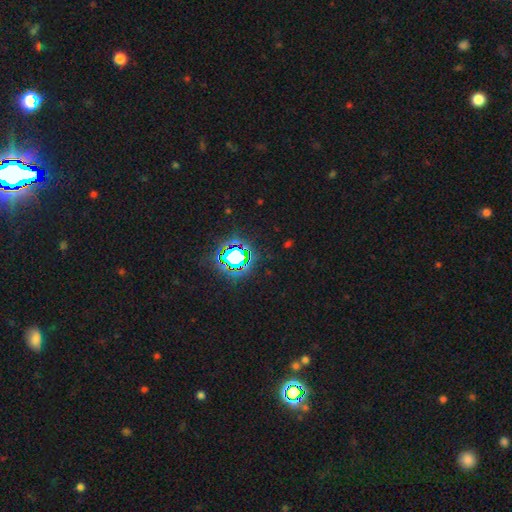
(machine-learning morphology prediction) This is clearly a star or artifact rather than a galaxy (80%).